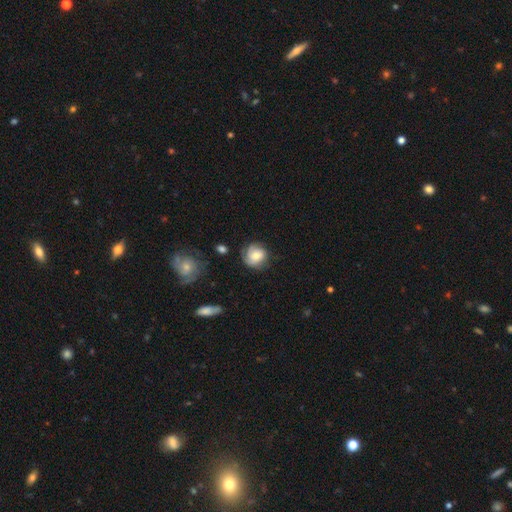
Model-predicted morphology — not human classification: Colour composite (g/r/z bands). It shows a smooth galaxy with no disk features (53%) that is round (81%). Merging: none (65%).